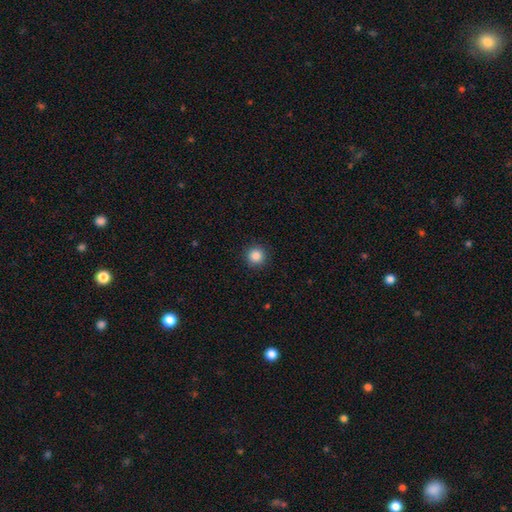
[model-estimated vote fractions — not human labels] Q: Smooth or featured?
A: smooth (87%); runner-up: star or artifact (10%)
Q: How rounded?
A: round (95%); runner-up: in between (4%)
Q: Merging?
A: none (92%); runner-up: minor disturbance (5%)